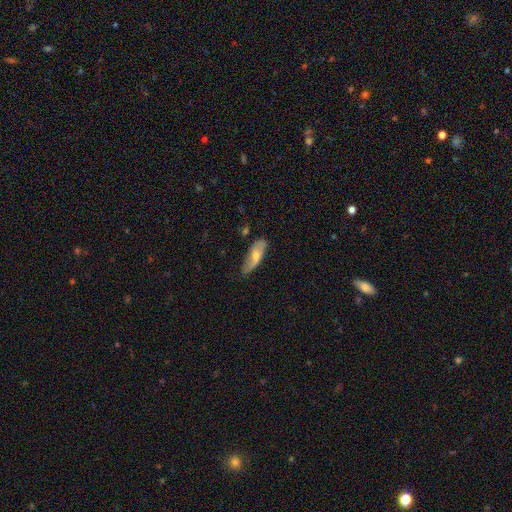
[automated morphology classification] smooth-or-featured: smooth: 60% | featured or disk: 34% | star or artifact: 6%
  how-rounded: in between: 63% | cigar-shaped: 34% | round: 2%
  merging: none: 57% | minor disturbance: 32% | major disturbance: 9% | merger: 3%